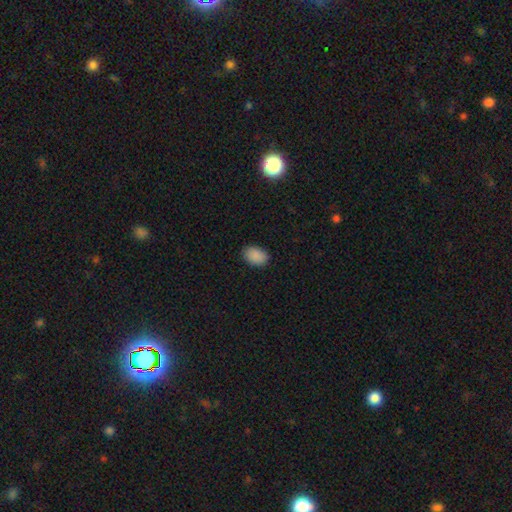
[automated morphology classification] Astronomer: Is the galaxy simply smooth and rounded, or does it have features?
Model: smooth — 89%.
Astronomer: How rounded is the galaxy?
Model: in between — 85%.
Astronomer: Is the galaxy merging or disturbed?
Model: none — 87%.